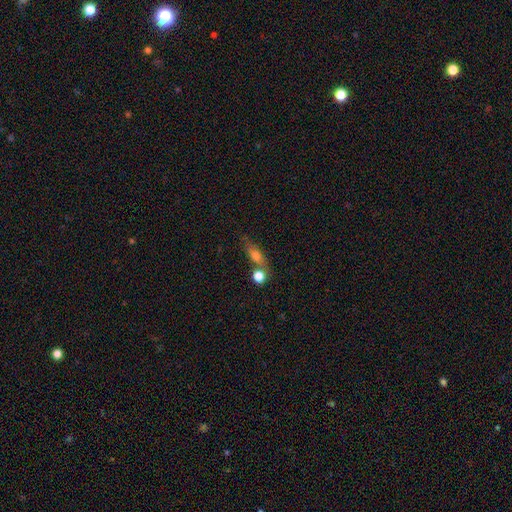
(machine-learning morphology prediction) smooth_or_featured: smooth (p=0.64) [alt: featured or disk p=0.23]
how_rounded: in between (p=0.48) [alt: cigar-shaped p=0.33]
merging: none (p=0.52) [alt: merger p=0.25]